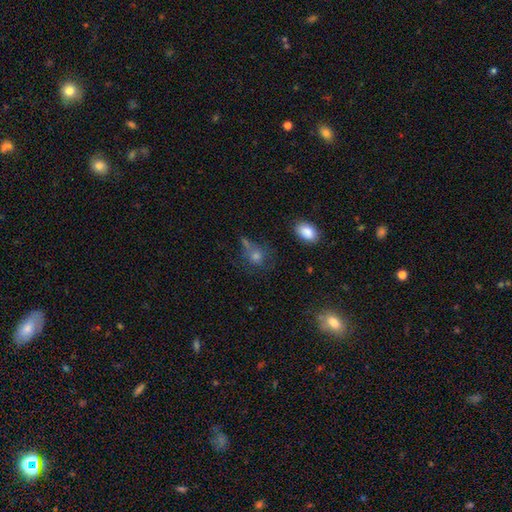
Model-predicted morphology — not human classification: smooth_or_featured: smooth (p=0.63) [alt: star or artifact p=0.21]
how_rounded: round (p=0.71) [alt: in between p=0.27]
merging: none (p=0.54) [alt: minor disturbance p=0.18]